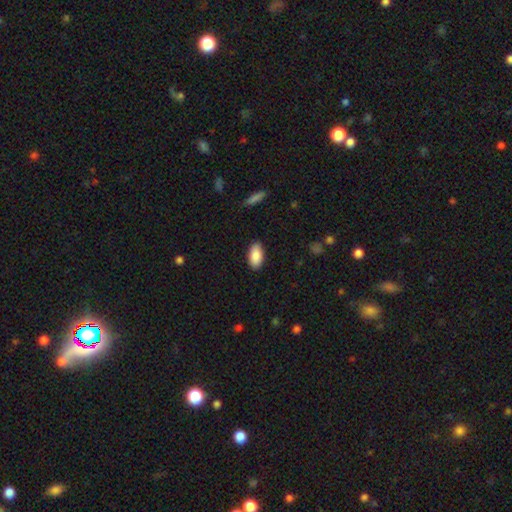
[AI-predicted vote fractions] Overall: smooth (88%). How rounded: in between (94%). Merging: none (88%).